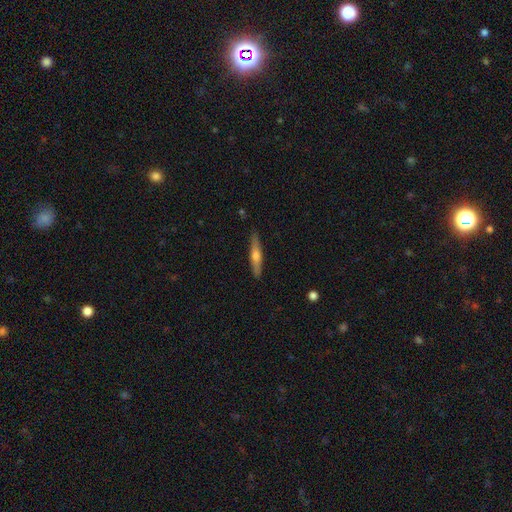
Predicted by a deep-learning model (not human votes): This appears to be a featured or disk galaxy (56%) viewed edge-on (95%) with a rounded central bulge (89%). Merging: none (90%).